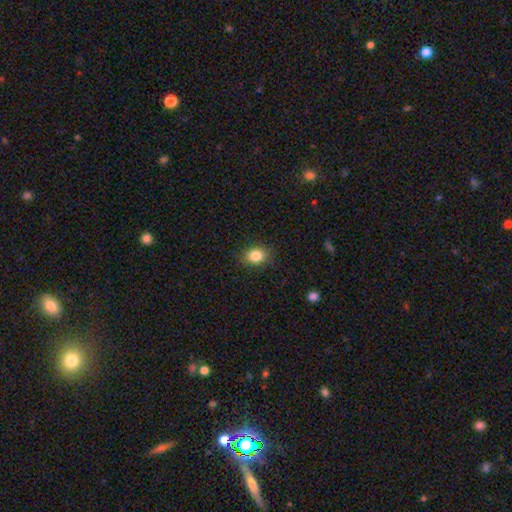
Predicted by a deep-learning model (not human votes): smooth 84%, star or artifact 10%, featured or disk 6%. Down the decision tree: how rounded — round (50%); merging — none (87%).